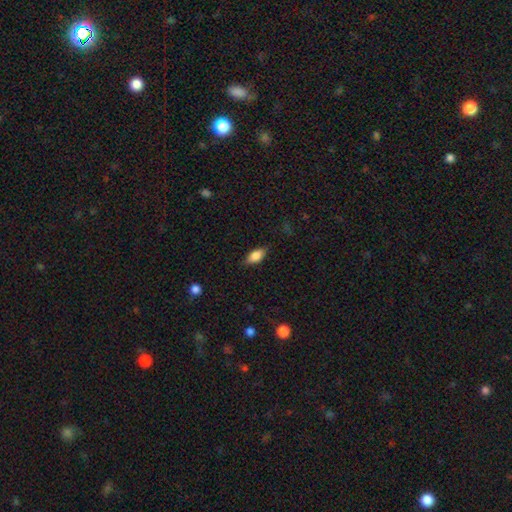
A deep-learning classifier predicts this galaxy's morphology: This appears to be a smooth galaxy with no disk features (73%) that is in between round and cigar-shaped (84%). Merging: none (80%).